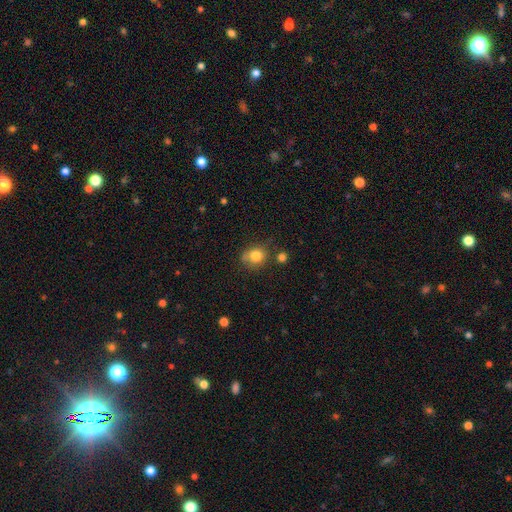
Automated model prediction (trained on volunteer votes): smooth-or-featured: smooth: 81% | star or artifact: 11% | featured or disk: 8%
  how-rounded: round: 71% | in between: 28% | cigar-shaped: 1%
  merging: none: 62% | minor disturbance: 22% | merger: 10% | major disturbance: 6%